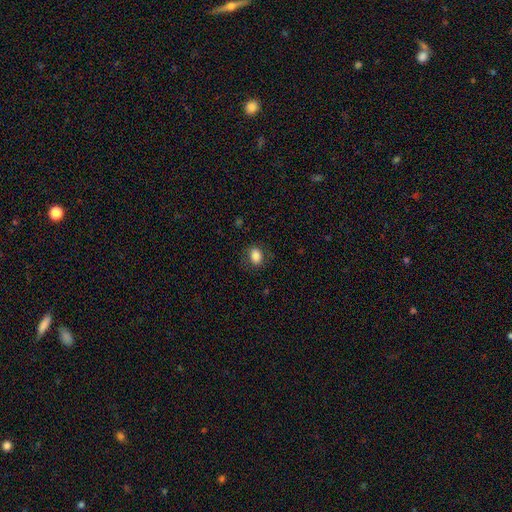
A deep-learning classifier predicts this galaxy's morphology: The model was most divided on "how rounded": in between: 70%, round: 29%, cigar-shaped: 1%. More confident: smooth or featured — smooth (84%); merging — none (80%).